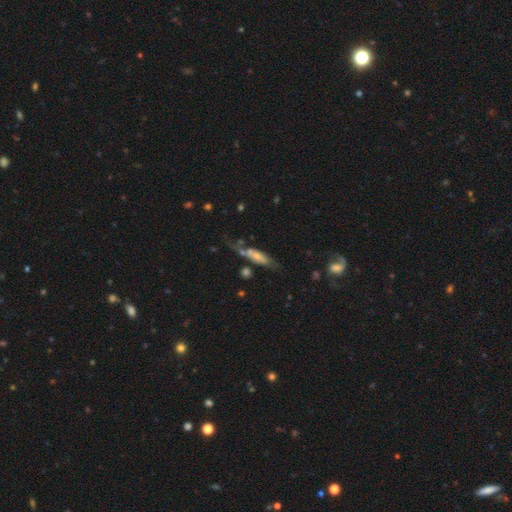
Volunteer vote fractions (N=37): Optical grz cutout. It shows a smooth galaxy with no disk features (51%) that is cigar-shaped (58%). Merging: none (50%).